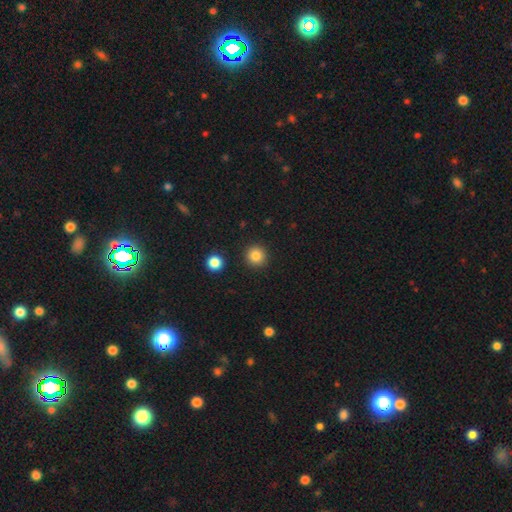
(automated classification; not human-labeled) smooth-or-featured: smooth: 84% | star or artifact: 11% | featured or disk: 5%
  how-rounded: round: 95% | in between: 4% | cigar-shaped: 1%
  merging: none: 91% | minor disturbance: 5% | major disturbance: 2% | merger: 2%